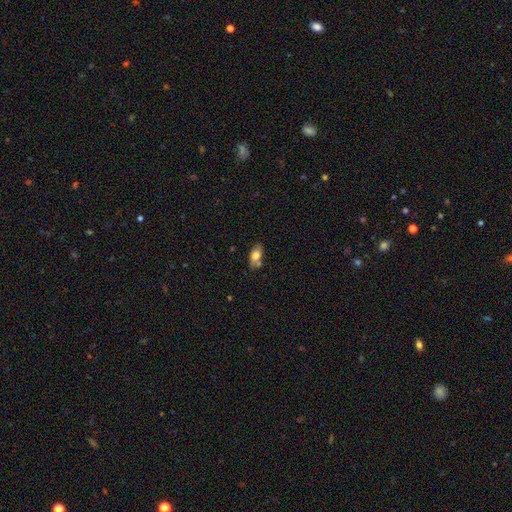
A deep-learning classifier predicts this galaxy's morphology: smooth-or-featured: smooth: 77% | featured or disk: 15% | star or artifact: 8%
  how-rounded: in between: 87% | cigar-shaped: 9% | round: 4%
  merging: none: 67% | minor disturbance: 18% | merger: 10% | major disturbance: 4%